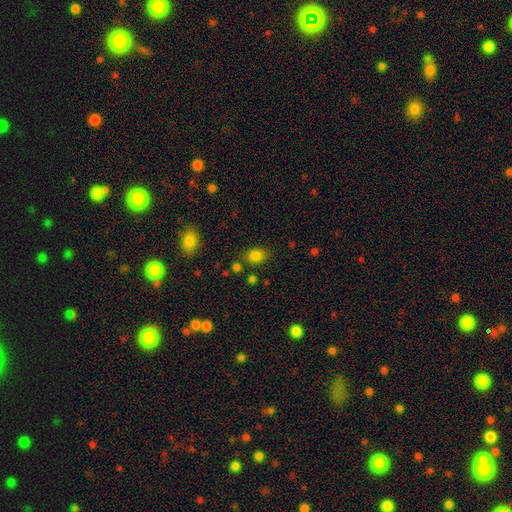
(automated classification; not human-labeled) The model was most divided on "how rounded": in between: 58%, round: 41%, cigar-shaped: 1%. More confident: smooth or featured — smooth (82%); merging — none (77%).